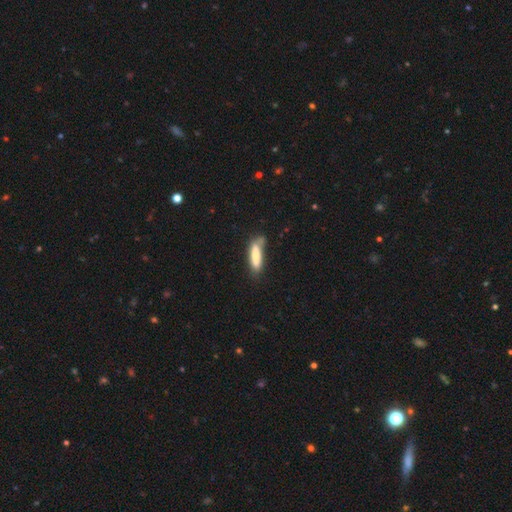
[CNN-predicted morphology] The model was most divided on "merging": none: 57%, minor disturbance: 27%, merger: 8%, major disturbance: 8%. More confident: smooth or featured — smooth (77%); how rounded — cigar-shaped (69%).